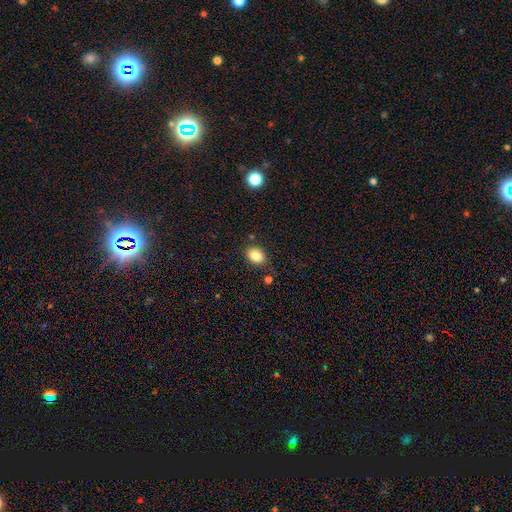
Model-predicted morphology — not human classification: smooth_or_featured: smooth (p=0.84) [alt: star or artifact p=0.10]
how_rounded: in between (p=0.65) [alt: round p=0.34]
merging: none (p=0.81) [alt: minor disturbance p=0.12]